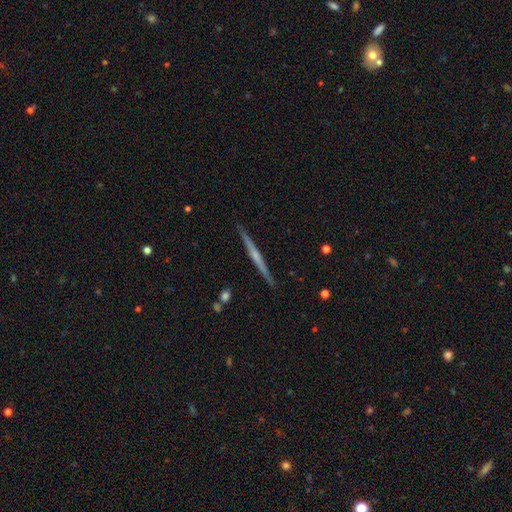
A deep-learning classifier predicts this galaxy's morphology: smooth-or-featured: featured or disk: 72% | smooth: 22% | star or artifact: 6%
  disk-edge-on: yes: 98% | no: 2%
    edge-on-bulge: rounded: 49% | none: 41% | boxy: 10%
  merging: none: 90% | minor disturbance: 7% | major disturbance: 1% | merger: 1%